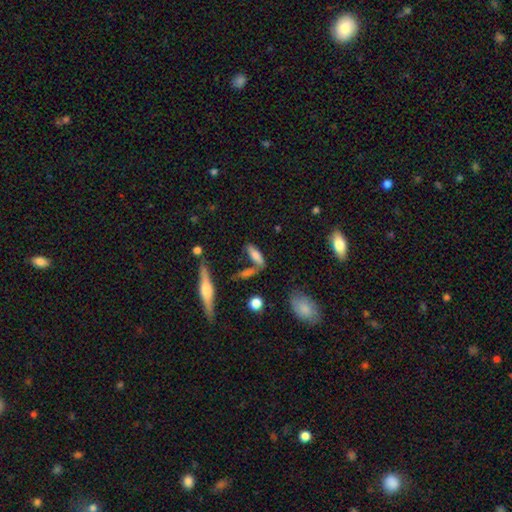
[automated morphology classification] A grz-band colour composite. It shows a smooth galaxy with no disk features (67%) that is in between round and cigar-shaped (51%). Merging: none (53%).